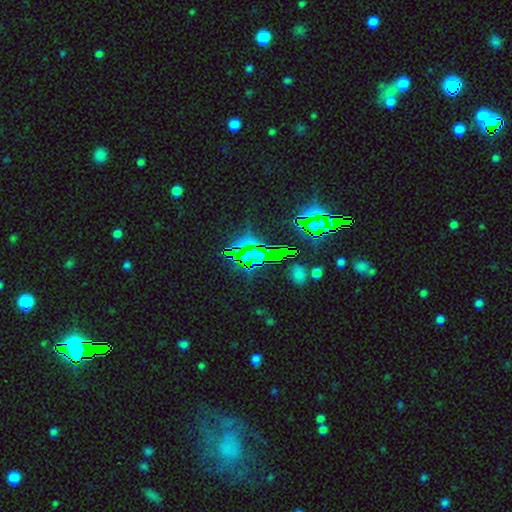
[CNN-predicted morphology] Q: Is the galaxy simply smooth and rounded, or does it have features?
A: star or artifact — 81%.